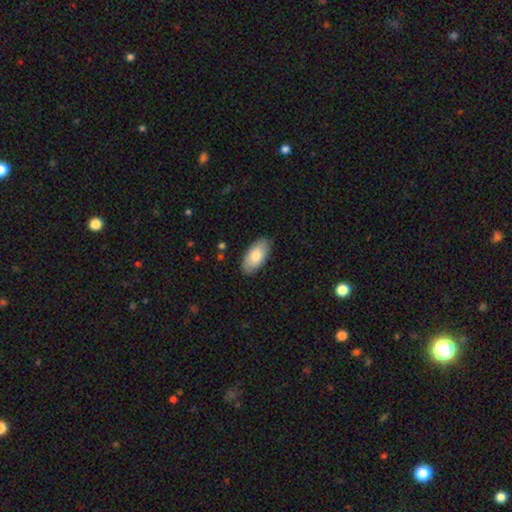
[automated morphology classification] The model was most divided on "smooth or featured": smooth: 80%, featured or disk: 14%, star or artifact: 5%. More confident: how rounded — in between (94%); merging — none (87%).